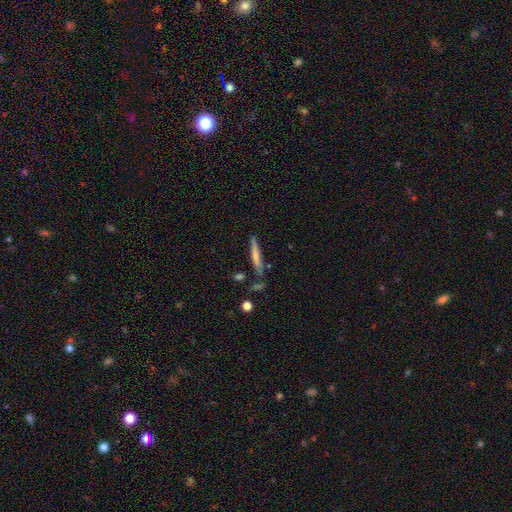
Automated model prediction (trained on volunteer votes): Smooth or featured: smooth — 62% (featured or disk — 31%)
How rounded: cigar-shaped — 92% (in between — 6%)
Merging: none — 73% (minor disturbance — 16%)